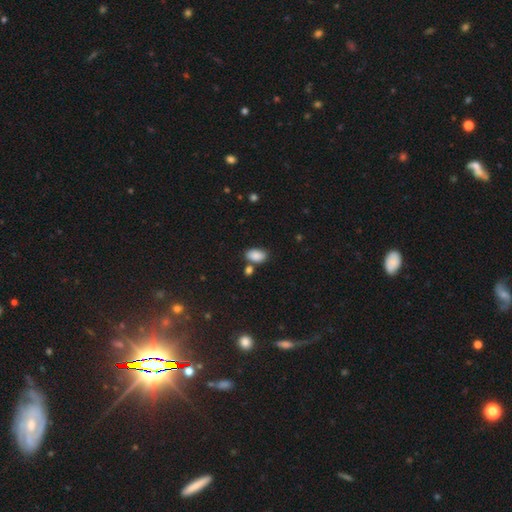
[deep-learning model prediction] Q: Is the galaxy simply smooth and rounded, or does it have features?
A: smooth — 87%.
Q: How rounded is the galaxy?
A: in between — 91%.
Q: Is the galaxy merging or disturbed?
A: none — 68%.